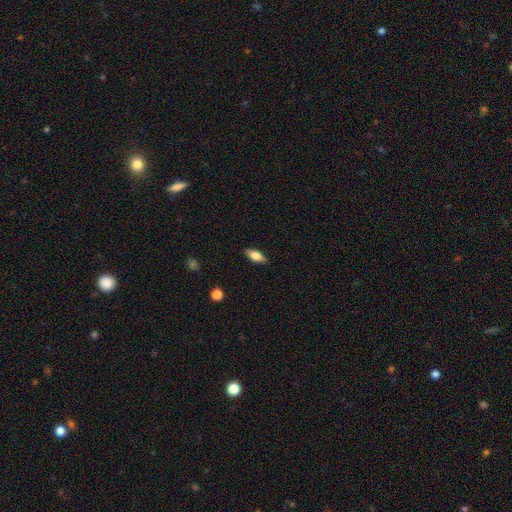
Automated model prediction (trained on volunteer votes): Smooth or featured: smooth — 67% (featured or disk — 26%)
How rounded: in between — 79% (cigar-shaped — 17%)
Merging: none — 87% (minor disturbance — 10%)